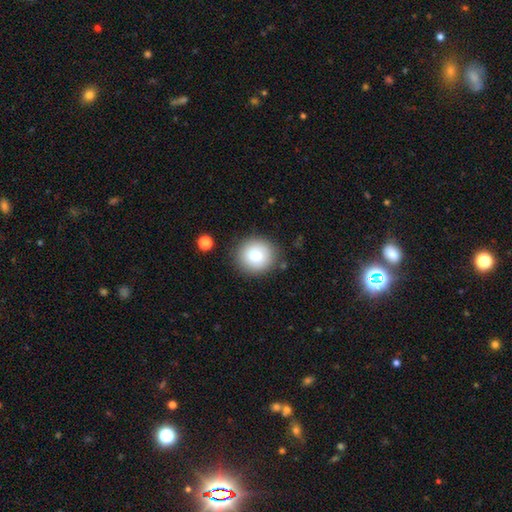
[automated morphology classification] This is likely a smooth galaxy (78%). How rounded: clearly round (88%). Merging: clearly none (85%).